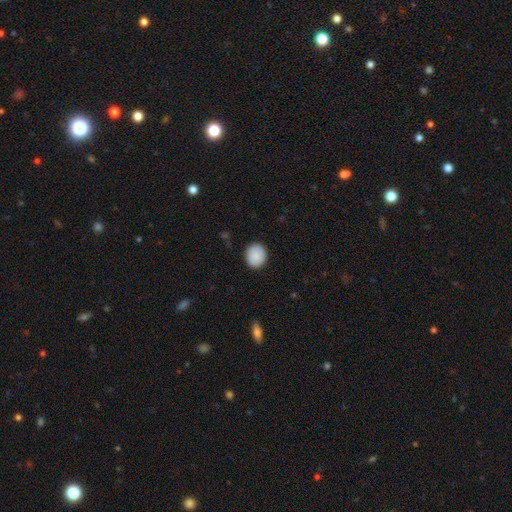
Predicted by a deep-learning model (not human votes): Overall: smooth (89%). How rounded: round (72%). Merging: none (89%).